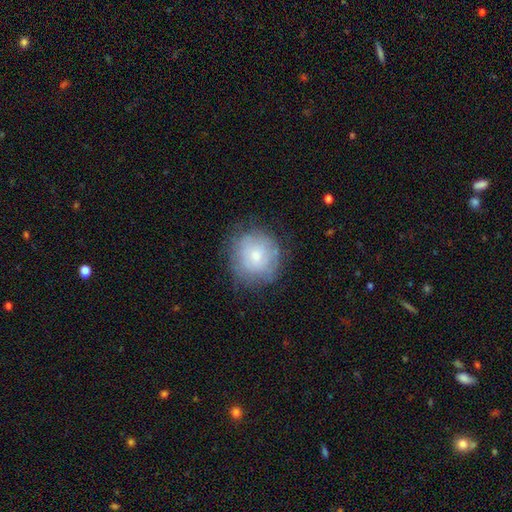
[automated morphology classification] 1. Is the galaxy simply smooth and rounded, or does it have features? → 60% smooth, 32% featured or disk, 8% star or artifact.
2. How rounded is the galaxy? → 88% round, 11% in between, 1% cigar-shaped.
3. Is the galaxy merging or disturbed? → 71% none, 20% minor disturbance, 8% major disturbance, 1% merger.